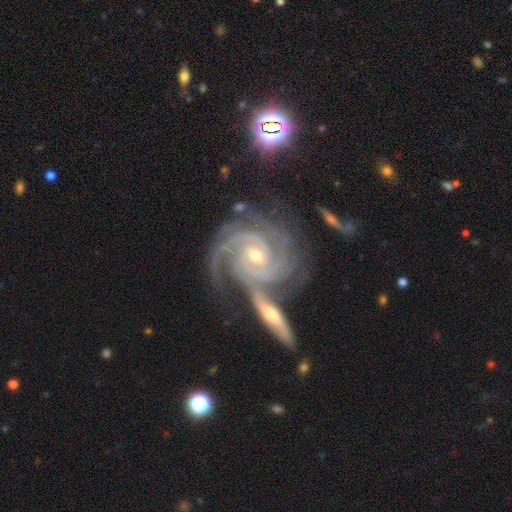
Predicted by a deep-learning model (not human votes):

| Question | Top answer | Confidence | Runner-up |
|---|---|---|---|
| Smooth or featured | featured or disk | 93% | star or artifact (5%) |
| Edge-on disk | no | 97% | yes (3%) |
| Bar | no | 55% | weak (28%) |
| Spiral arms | yes | 99% | no (1%) |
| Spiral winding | tight | 73% | medium (24%) |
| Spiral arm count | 3 | 41% | 2 (20%) |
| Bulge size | small | 59% | moderate (38%) |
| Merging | none | 47% | merger (31%) |